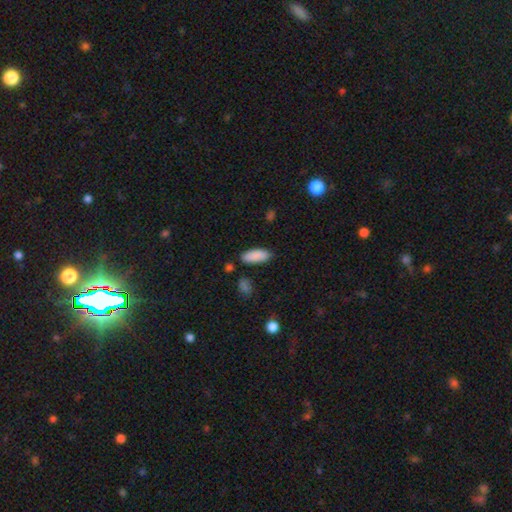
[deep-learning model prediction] Smooth or featured: smooth — 89% (star or artifact — 6%)
How rounded: in between — 81% (cigar-shaped — 17%)
Merging: none — 82% (minor disturbance — 12%)